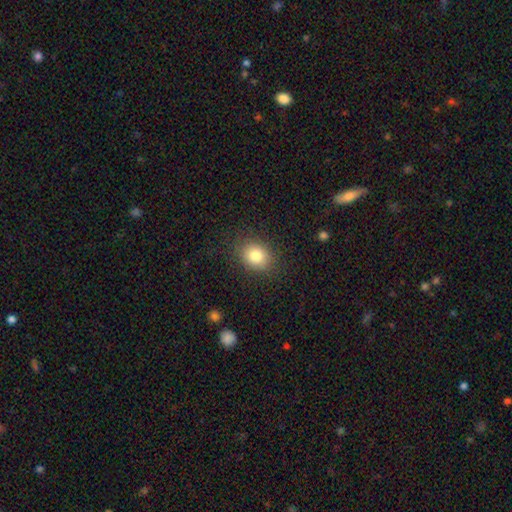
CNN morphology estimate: Smooth or featured? Predicted: smooth (p=0.81). How rounded? Predicted: round (p=0.56). Merging? Predicted: none (p=0.85).